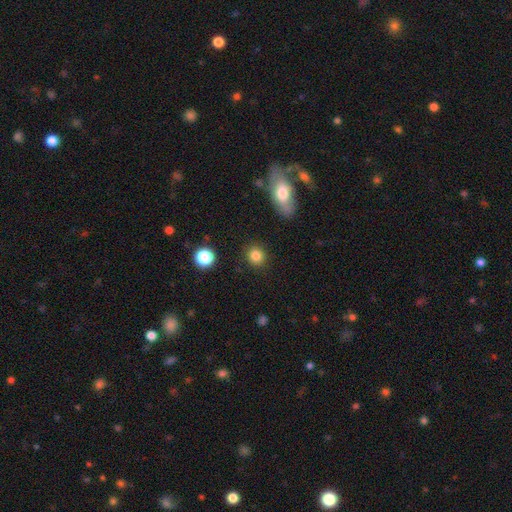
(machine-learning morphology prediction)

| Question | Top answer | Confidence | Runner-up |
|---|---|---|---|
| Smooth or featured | smooth | 83% | star or artifact (11%) |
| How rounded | round | 87% | in between (12%) |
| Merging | none | 89% | minor disturbance (7%) |